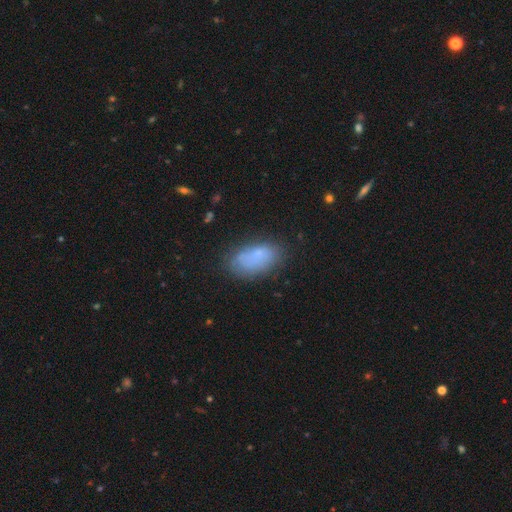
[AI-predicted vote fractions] A smooth galaxy with no disk features (76%) that is in between round and cigar-shaped (92%). Merging: none (74%).